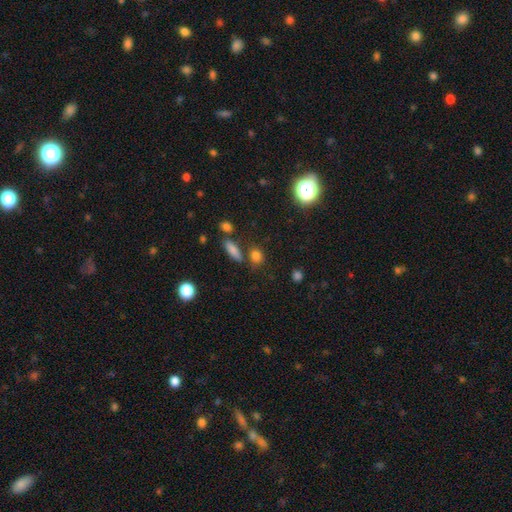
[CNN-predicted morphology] Q: Smooth or featured?
A: smooth (77%); runner-up: star or artifact (16%)
Q: How rounded?
A: round (57%); runner-up: in between (36%)
Q: Merging?
A: none (72%); runner-up: merger (12%)